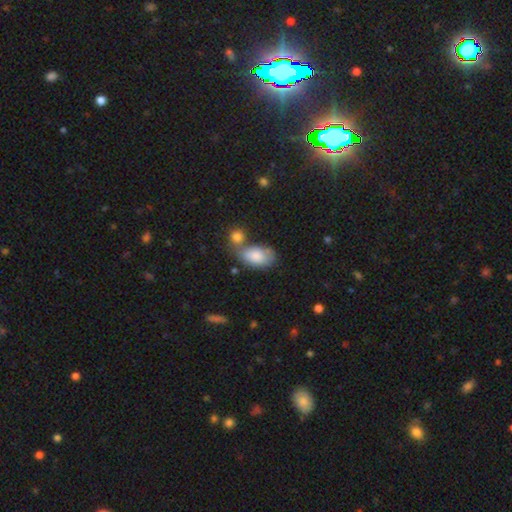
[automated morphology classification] type=smooth (81%); roundness=in between (91%); merging=merger (38%).